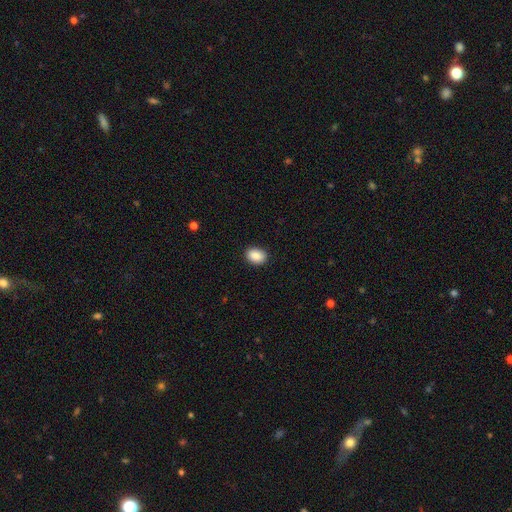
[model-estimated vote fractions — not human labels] Smooth or featured? Predicted: smooth (p=0.89). How rounded? Predicted: in between (p=0.73). Merging? Predicted: none (p=0.90).